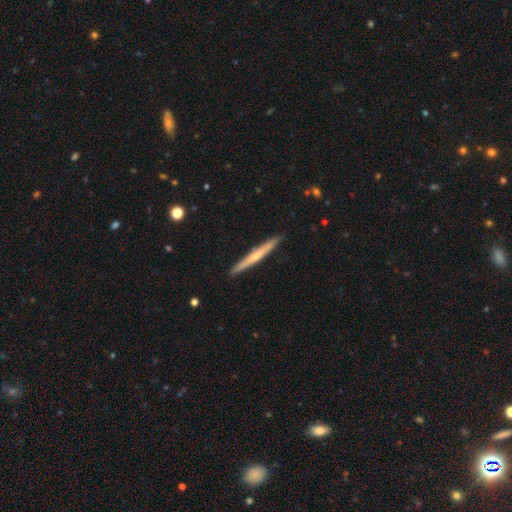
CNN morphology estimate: A featured or disk galaxy (54%) viewed edge-on (97%) with no central bulge (48%). Merging: none (92%).